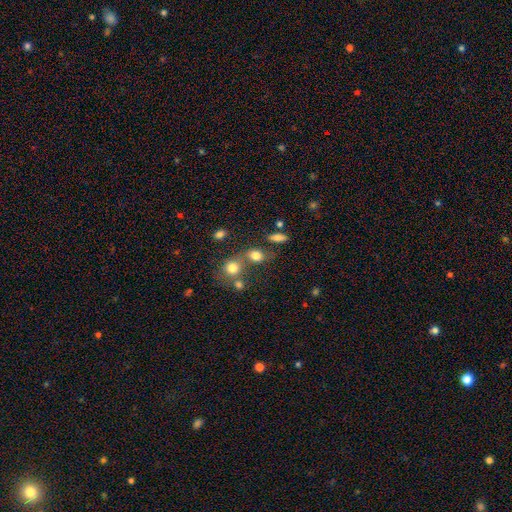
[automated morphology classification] smooth_or_featured: smooth (p=0.77) [alt: star or artifact p=0.14]
how_rounded: round (p=0.54) [alt: in between p=0.44]
merging: none (p=0.49) [alt: merger p=0.32]